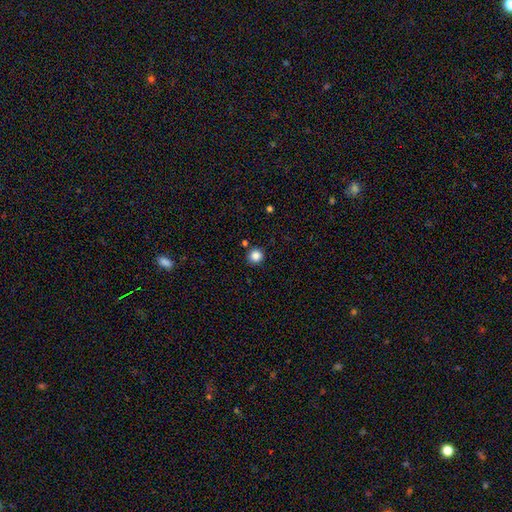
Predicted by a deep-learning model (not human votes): Smooth or featured?
  - smooth: 86% *
  - star or artifact: 11%
  - featured or disk: 3%
How rounded?
  - round: 94% *
  - in between: 5%
  - cigar-shaped: 1%
Merging?
  - none: 88% *
  - minor disturbance: 7%
  - merger: 3%
  - major disturbance: 2%